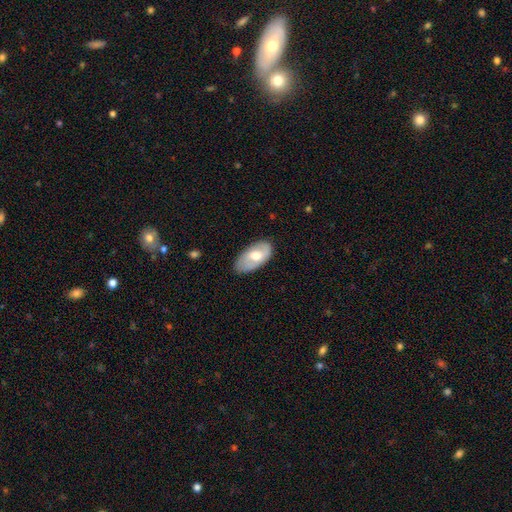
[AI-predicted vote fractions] Q: Smooth or featured?
A: smooth (56%); runner-up: featured or disk (39%)
Q: How rounded?
A: in between (94%); runner-up: round (3%)
Q: Merging?
A: none (74%); runner-up: minor disturbance (21%)